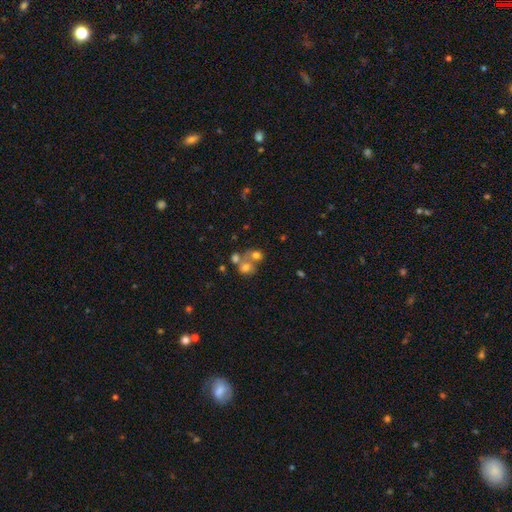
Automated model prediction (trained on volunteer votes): Smooth or featured?
  - smooth: 62% *
  - featured or disk: 21%
  - star or artifact: 17%
How rounded?
  - round: 71% *
  - in between: 28%
  - cigar-shaped: 1%
Merging?
  - merger: 53% *
  - none: 33%
  - minor disturbance: 8%
  - major disturbance: 6%